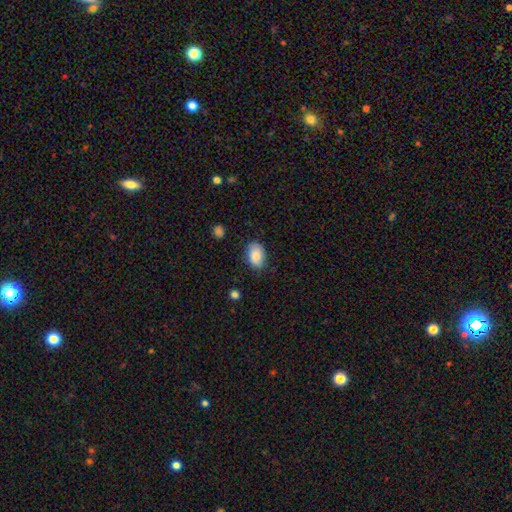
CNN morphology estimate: This is clearly a smooth galaxy (85%). How rounded: clearly in between (85%). Merging: likely none (77%).